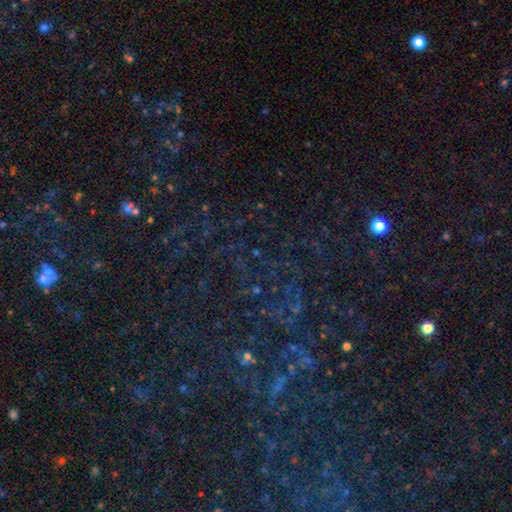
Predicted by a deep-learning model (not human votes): A star or artifact, not a galaxy (79%).